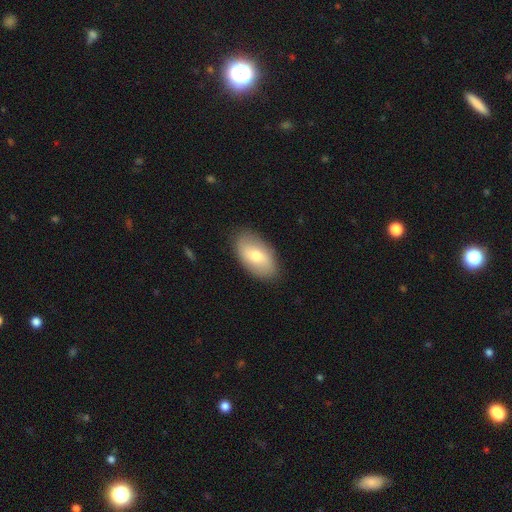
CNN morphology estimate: smooth 65%, featured or disk 29%, star or artifact 6%. Down the decision tree: how rounded — in between (93%); merging — none (86%).